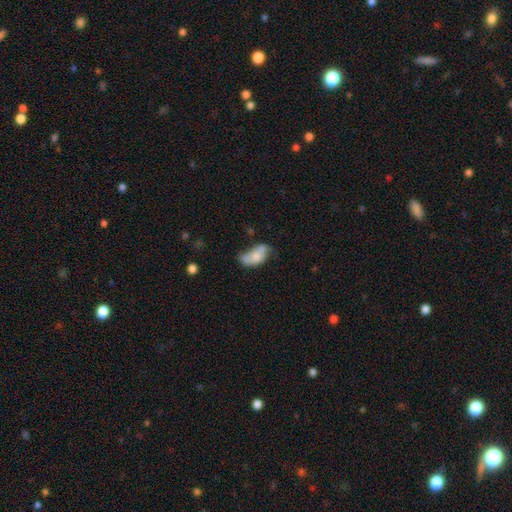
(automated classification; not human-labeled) smooth 64%, featured or disk 28%, star or artifact 8%. Down the decision tree: how rounded — in between (91%); merging — minor disturbance (32%).